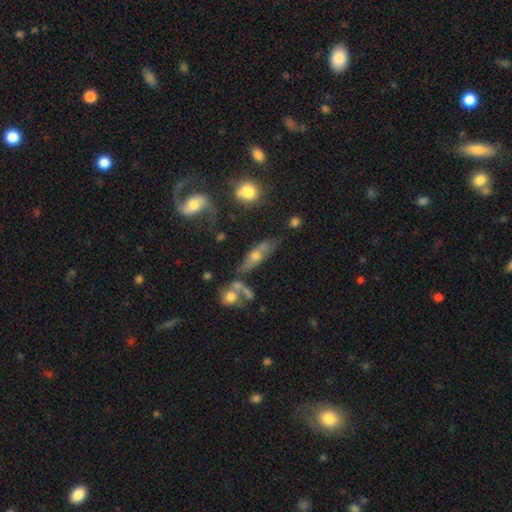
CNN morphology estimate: This appears to be a featured or disk galaxy (56%) viewed edge-on (60%). Merging: none (48%).